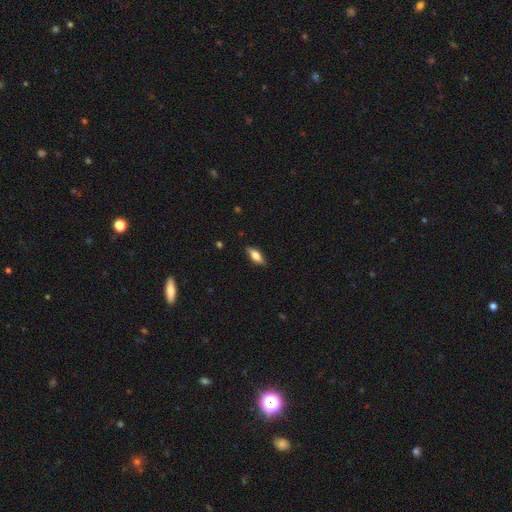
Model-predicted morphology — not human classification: Smooth or featured: smooth — 66% (featured or disk — 27%)
How rounded: in between — 67% (cigar-shaped — 30%)
Merging: none — 85% (minor disturbance — 11%)